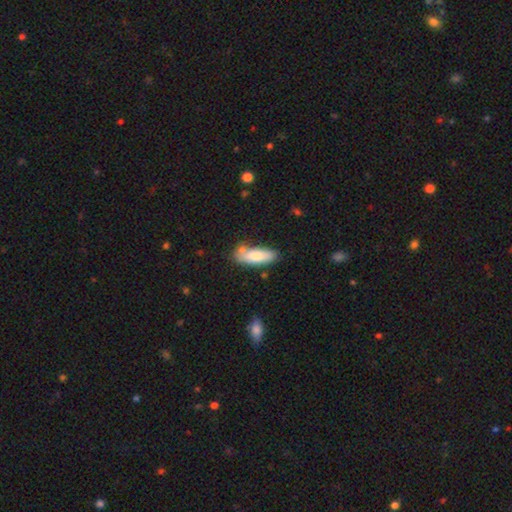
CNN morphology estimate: smooth 74%, featured or disk 20%, star or artifact 6%. Down the decision tree: how rounded — in between (65%); merging — none (64%).